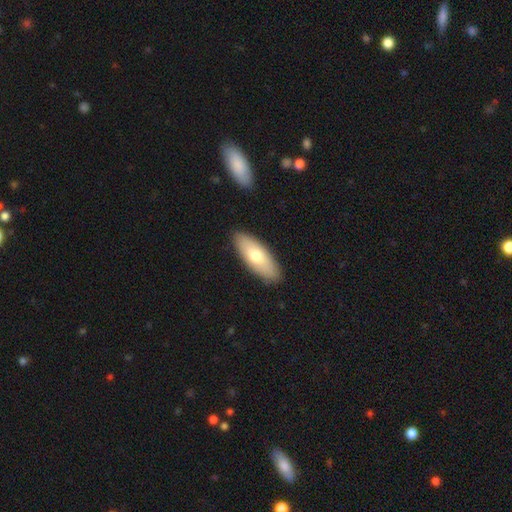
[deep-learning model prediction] A smooth galaxy with no disk features (70%) that is in between round and cigar-shaped (75%). Merging: none (88%).